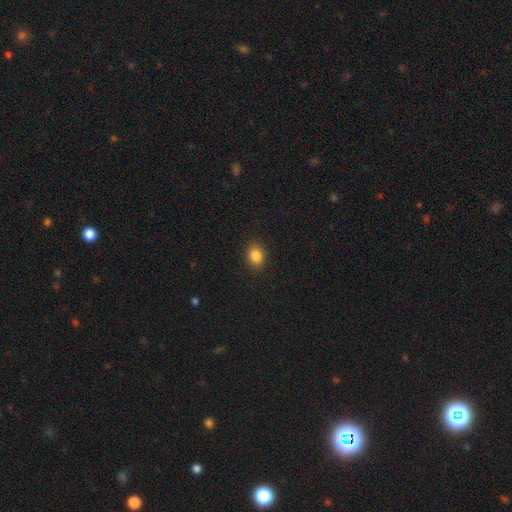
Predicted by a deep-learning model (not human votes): smooth-or-featured: smooth: 86% | star or artifact: 10% | featured or disk: 4%
  how-rounded: in between: 63% | round: 35% | cigar-shaped: 1%
  merging: none: 89% | minor disturbance: 8% | major disturbance: 2% | merger: 1%